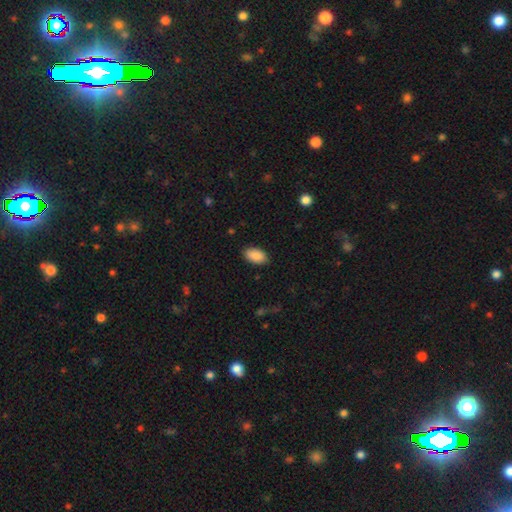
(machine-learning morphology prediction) This appears to be a smooth galaxy with no disk features (90%) that is in between round and cigar-shaped (95%). Merging: none (87%).